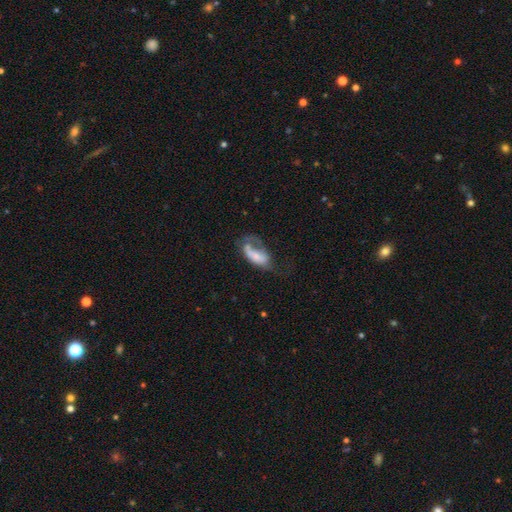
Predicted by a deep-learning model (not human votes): smooth 55%, featured or disk 37%, star or artifact 9%. Down the decision tree: how rounded — in between (87%); merging — major disturbance (48%).